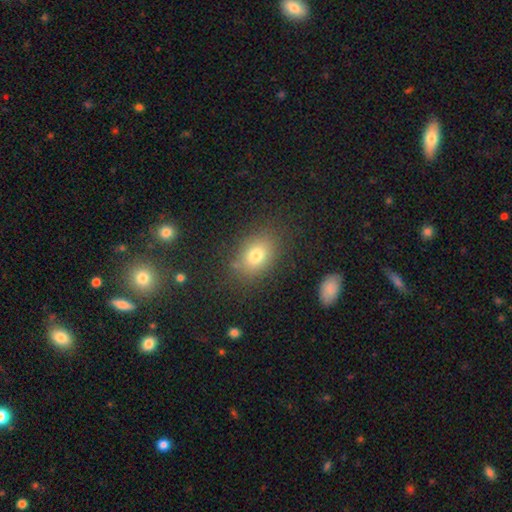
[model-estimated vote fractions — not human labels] Smooth or featured? smooth (76%)
How rounded? in between (70%)
Merging? none (81%)